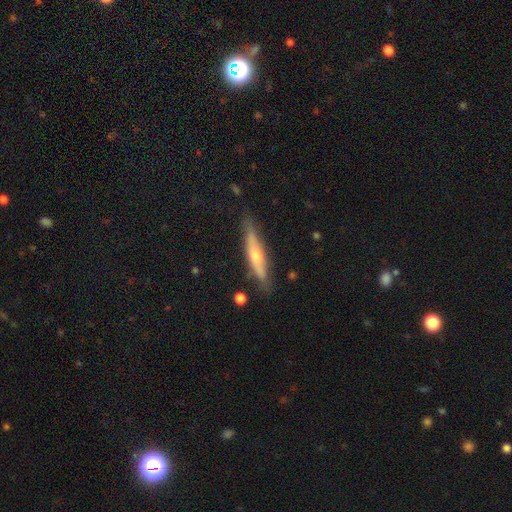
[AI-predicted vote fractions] Smooth or featured? Predicted: featured or disk (p=0.53). Edge-on disk? Predicted: yes (p=0.86). Merging? Predicted: none (p=0.77).